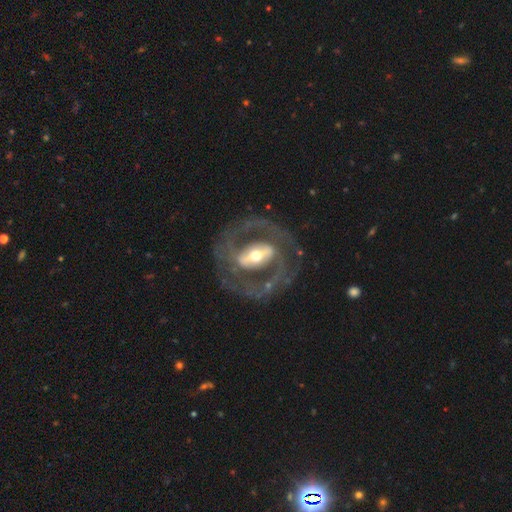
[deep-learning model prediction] A featured or disk galaxy (88%) with a strong bar (64%), 2 (86%) medium (52%) spiral arms (87%) and a moderate central bulge (60%). Merging: none (74%).